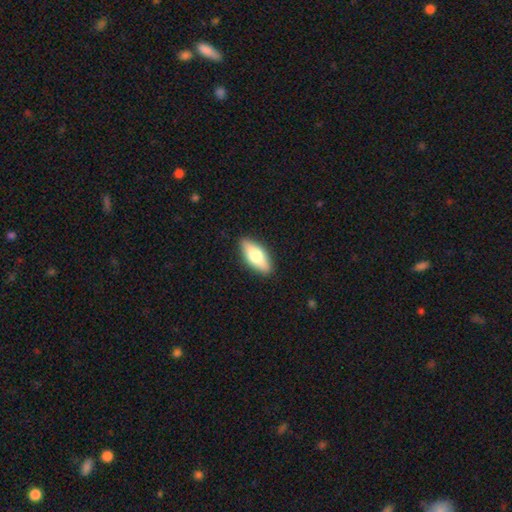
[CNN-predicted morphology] Smooth or featured: smooth — 65% (featured or disk — 29%)
How rounded: in between — 78% (cigar-shaped — 19%)
Merging: none — 88% (minor disturbance — 9%)